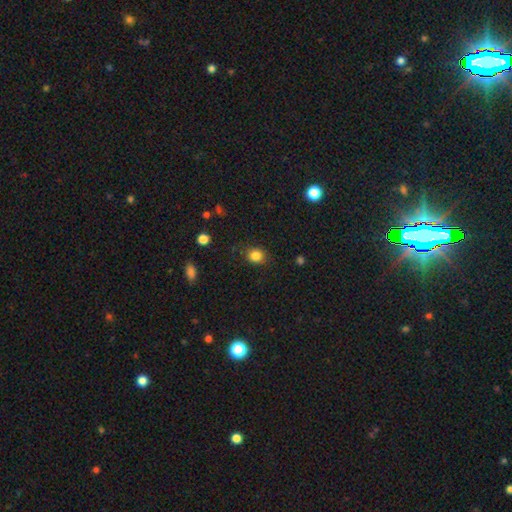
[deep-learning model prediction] Overall: smooth (84%). How rounded: round (68%; in between 31%). Merging: none (82%).